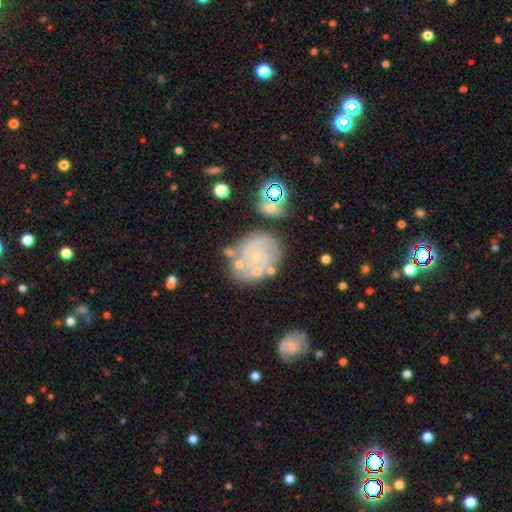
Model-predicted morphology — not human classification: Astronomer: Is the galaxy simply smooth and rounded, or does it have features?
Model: featured or disk — 75%.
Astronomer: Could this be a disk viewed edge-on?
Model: no — 98%.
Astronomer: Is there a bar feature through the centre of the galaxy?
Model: no — 75%.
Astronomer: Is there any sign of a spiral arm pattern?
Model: yes — 88%.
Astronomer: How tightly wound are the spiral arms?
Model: tight — 63%.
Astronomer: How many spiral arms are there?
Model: can't tell — 32%, tied with 2 at 32%.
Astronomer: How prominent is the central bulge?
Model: small — 78%.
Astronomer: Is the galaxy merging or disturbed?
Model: none — 63%.